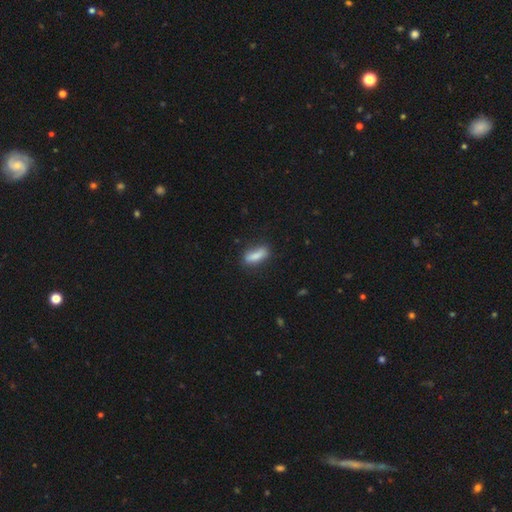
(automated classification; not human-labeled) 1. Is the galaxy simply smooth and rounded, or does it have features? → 83% smooth, 10% featured or disk, 7% star or artifact.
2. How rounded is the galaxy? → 55% in between, 43% cigar-shaped, 3% round.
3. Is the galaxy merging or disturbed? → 73% none, 19% minor disturbance, 5% major disturbance, 3% merger.